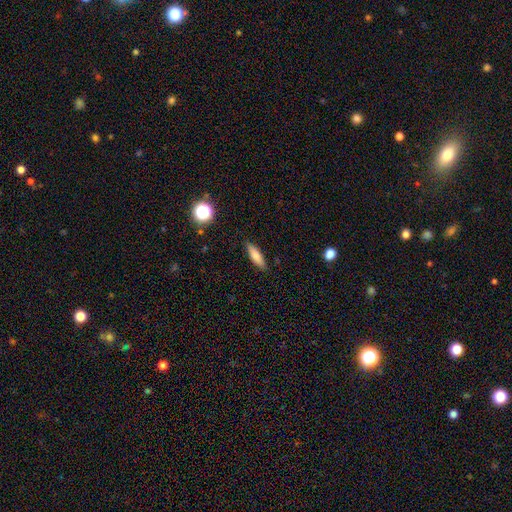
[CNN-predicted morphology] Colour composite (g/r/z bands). It shows a smooth galaxy with no disk features (74%) that is cigar-shaped (60%). Merging: none (86%).